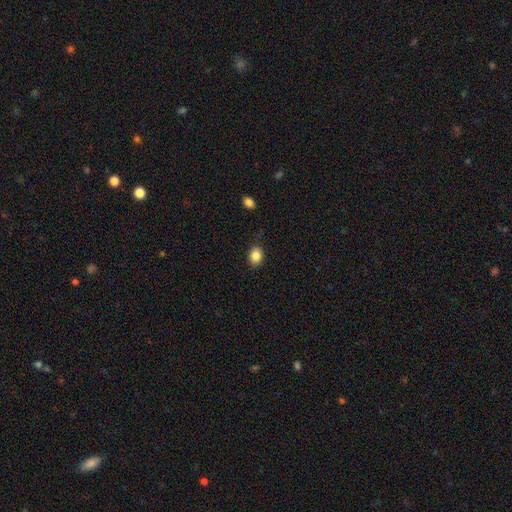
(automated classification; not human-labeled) A smooth galaxy with no disk features (85%) that is in between round and cigar-shaped (61%). Merging: none (84%).